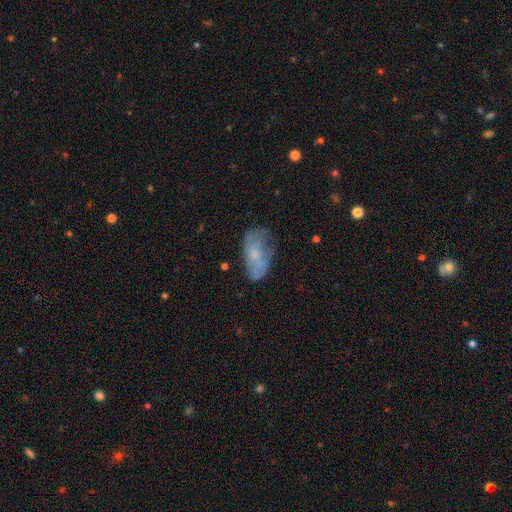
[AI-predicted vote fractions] Morphology: type=smooth (49%); merging=none (50%).